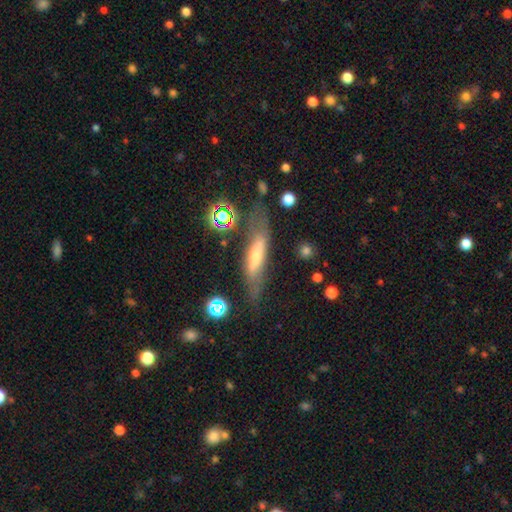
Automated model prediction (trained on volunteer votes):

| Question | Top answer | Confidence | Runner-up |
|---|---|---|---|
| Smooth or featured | featured or disk | 52% | smooth (38%) |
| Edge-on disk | yes | 67% | no (33%) |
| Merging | none | 67% | minor disturbance (20%) |